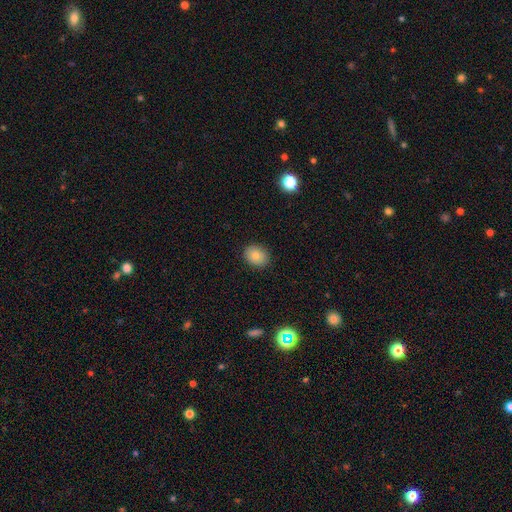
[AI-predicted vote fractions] Smooth or featured? Predicted: smooth (p=0.80). How rounded? Predicted: round (p=0.58). Merging? Predicted: none (p=0.89).